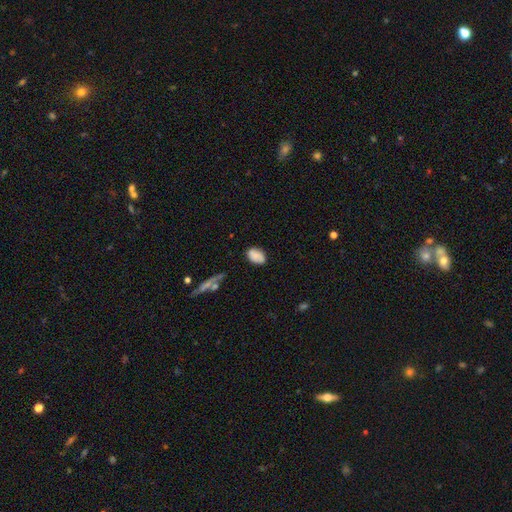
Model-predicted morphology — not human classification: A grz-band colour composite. It shows a smooth galaxy with no disk features (77%) that is in between round and cigar-shaped (87%). Merging: none (69%).